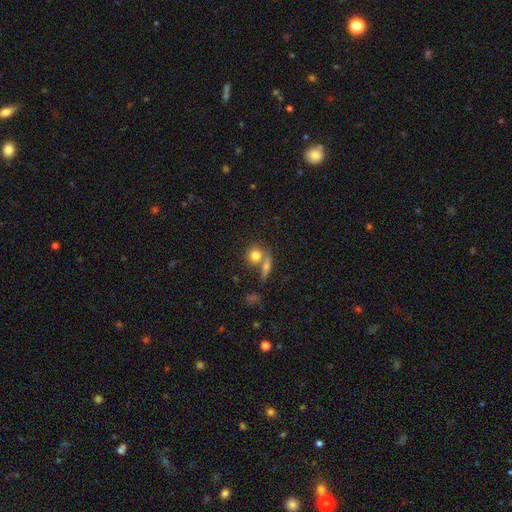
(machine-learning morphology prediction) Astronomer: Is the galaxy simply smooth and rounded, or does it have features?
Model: smooth — 78%.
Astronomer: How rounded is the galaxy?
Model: round — 78%.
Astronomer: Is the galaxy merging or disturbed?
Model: none — 51% (runner-up: merger, 35%).